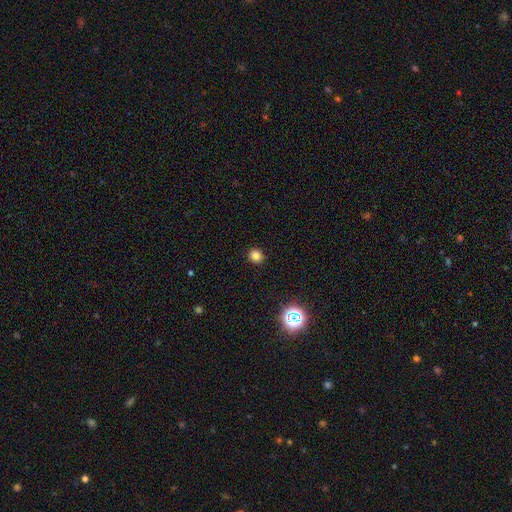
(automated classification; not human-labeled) Smooth or featured? smooth (80%)
How rounded? round (79%)
Merging? none (91%)